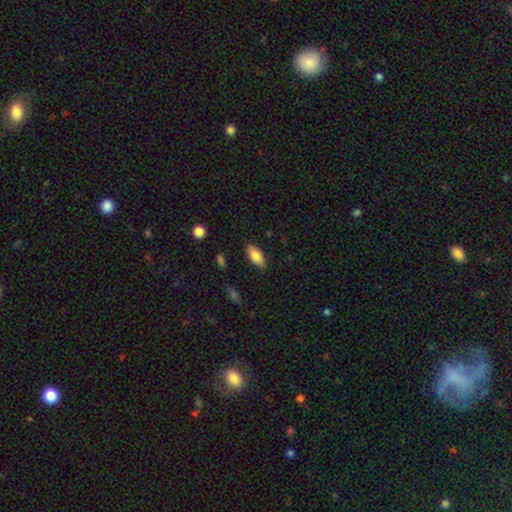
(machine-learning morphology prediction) Smooth or featured? smooth (83%)
How rounded? in between (87%)
Merging? none (86%)